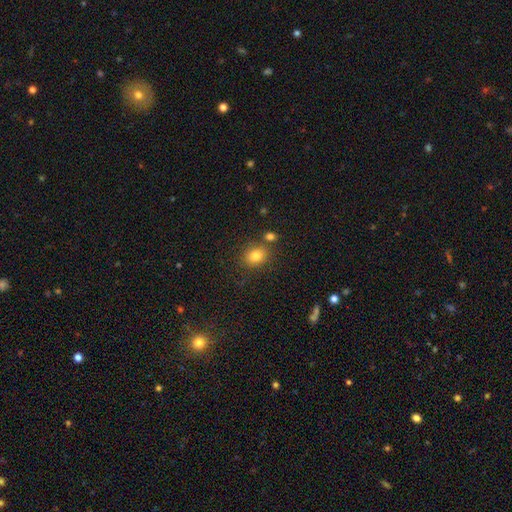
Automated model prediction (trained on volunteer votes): Smooth or featured?
  - smooth: 80% *
  - star or artifact: 12%
  - featured or disk: 8%
How rounded?
  - round: 54% *
  - in between: 45%
  - cigar-shaped: 1%
Merging?
  - none: 74% *
  - merger: 11%
  - minor disturbance: 11%
  - major disturbance: 3%